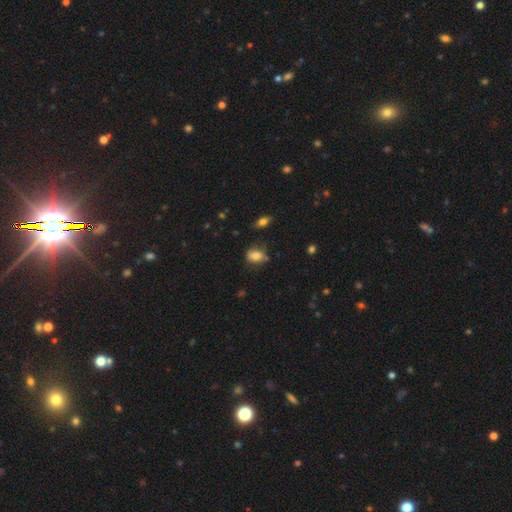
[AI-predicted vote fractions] Smooth or featured: smooth — 77% (featured or disk — 13%)
How rounded: in between — 68% (round — 30%)
Merging: none — 63% (minor disturbance — 24%)